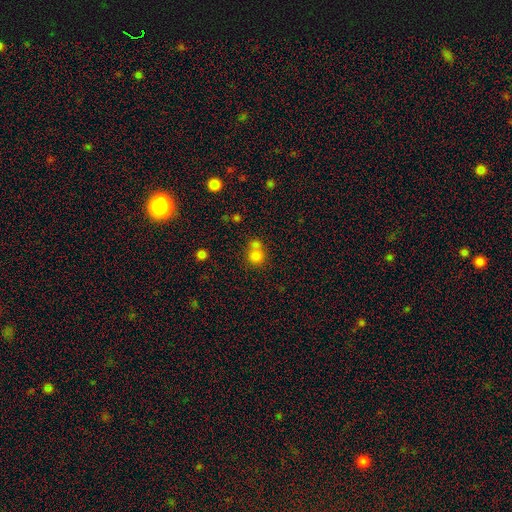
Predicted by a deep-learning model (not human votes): Smooth or featured: smooth — 79% (star or artifact — 13%)
How rounded: round — 83% (in between — 16%)
Merging: merger — 46% (none — 43%)